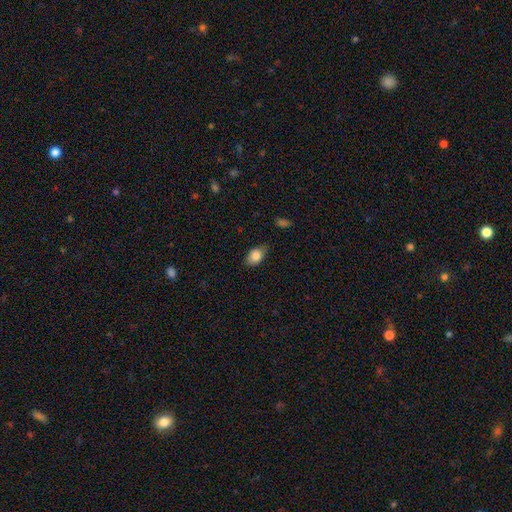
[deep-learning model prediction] smooth 84%, featured or disk 9%, star or artifact 8%. Down the decision tree: how rounded — in between (85%); merging — none (77%).